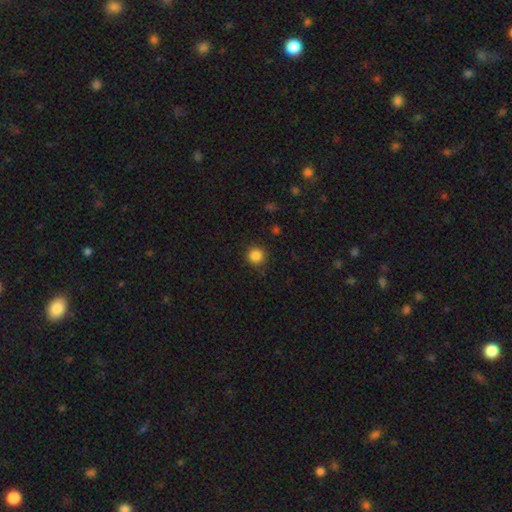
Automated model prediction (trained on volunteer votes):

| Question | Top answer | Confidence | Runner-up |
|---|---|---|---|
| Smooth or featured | smooth | 85% | star or artifact (11%) |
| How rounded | round | 95% | in between (4%) |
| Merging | none | 86% | minor disturbance (10%) |